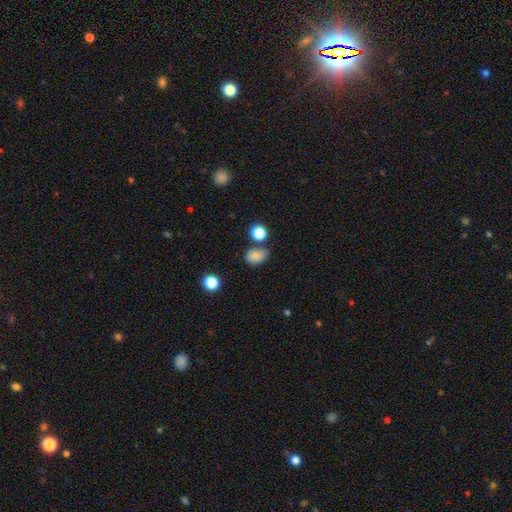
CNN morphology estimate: This appears to be a smooth galaxy with no disk features (84%) that is in between round and cigar-shaped (76%). Merging: none (71%).